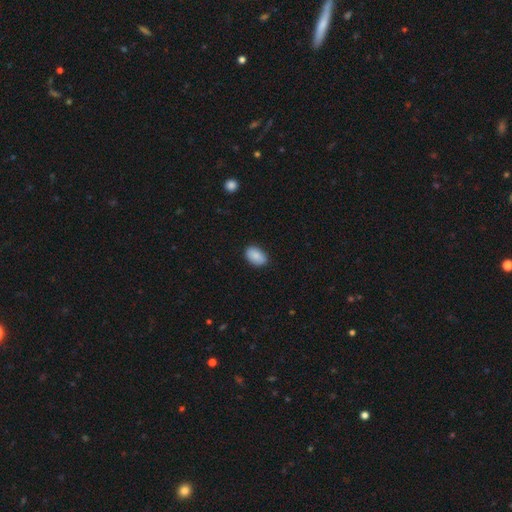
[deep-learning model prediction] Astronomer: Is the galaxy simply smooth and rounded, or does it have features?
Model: smooth — 88%.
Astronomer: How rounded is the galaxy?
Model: in between — 89%.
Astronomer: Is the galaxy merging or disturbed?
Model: none — 85%.